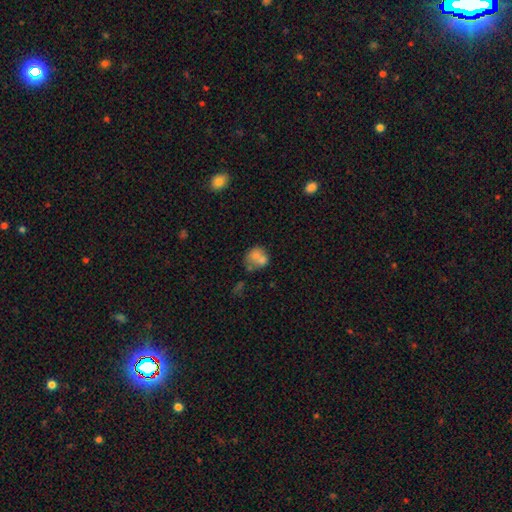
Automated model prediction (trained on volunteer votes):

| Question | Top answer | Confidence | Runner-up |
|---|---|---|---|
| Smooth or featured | smooth | 66% | featured or disk (22%) |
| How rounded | round | 63% | in between (36%) |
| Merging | merger | 47% | none (31%) |